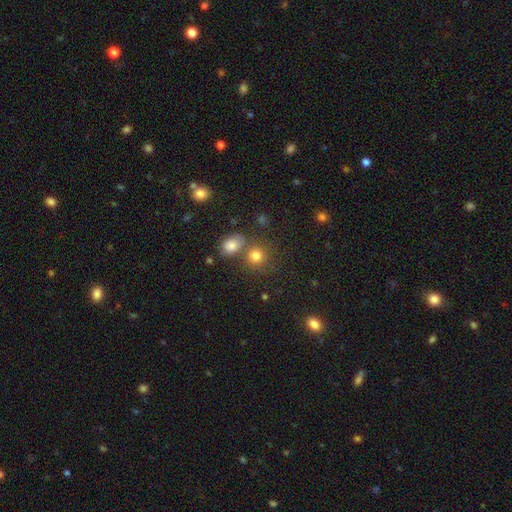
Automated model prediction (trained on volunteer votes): smooth_or_featured: smooth (p=0.79) [alt: star or artifact p=0.14]
how_rounded: round (p=0.83) [alt: in between p=0.16]
merging: none (p=0.65) [alt: merger p=0.22]